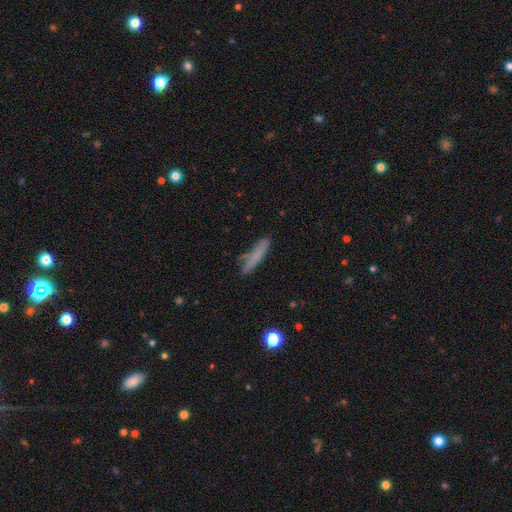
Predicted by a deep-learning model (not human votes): Smooth or featured? smooth (69%)
How rounded? cigar-shaped (87%)
Merging? none (70%)